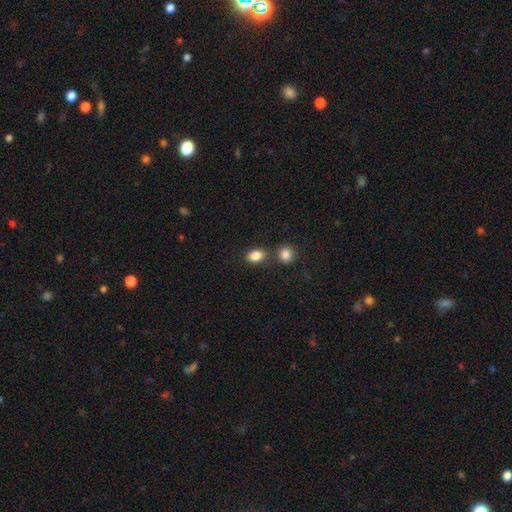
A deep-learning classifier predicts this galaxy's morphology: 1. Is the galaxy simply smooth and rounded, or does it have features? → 86% smooth, 9% star or artifact, 5% featured or disk.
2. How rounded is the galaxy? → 73% in between, 25% round, 1% cigar-shaped.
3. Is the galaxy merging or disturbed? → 67% none, 19% merger, 11% minor disturbance, 3% major disturbance.